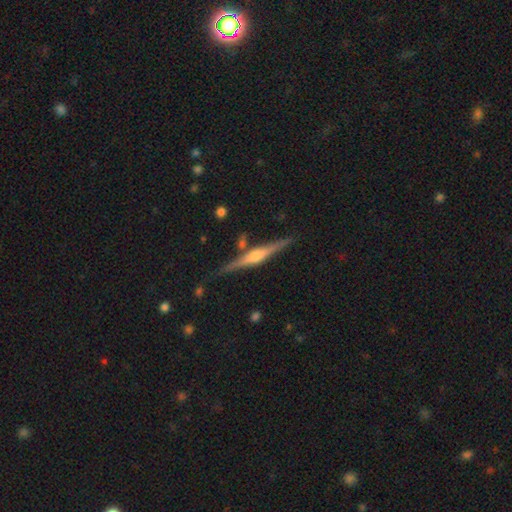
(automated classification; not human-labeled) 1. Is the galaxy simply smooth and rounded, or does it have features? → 78% featured or disk, 15% smooth, 6% star or artifact.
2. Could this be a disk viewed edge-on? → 98% yes, 2% no.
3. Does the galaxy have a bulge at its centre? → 79% rounded, 13% boxy, 8% none.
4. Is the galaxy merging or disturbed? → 85% none, 10% minor disturbance, 4% merger, 2% major disturbance.